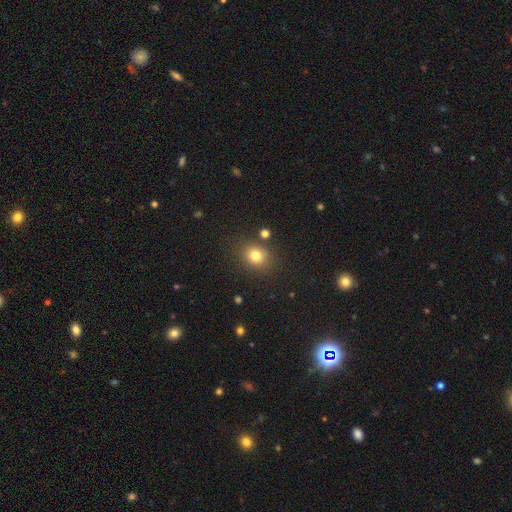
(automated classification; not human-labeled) A smooth galaxy with no disk features (79%) that is round (68%).

Vote fractions:
- Smooth or featured? smooth: 79% / star or artifact: 14% / featured or disk: 8%
- How rounded? round: 68% / in between: 31% / cigar-shaped: 1%
- Merging? none: 80% / minor disturbance: 11% / merger: 6% / major disturbance: 4%